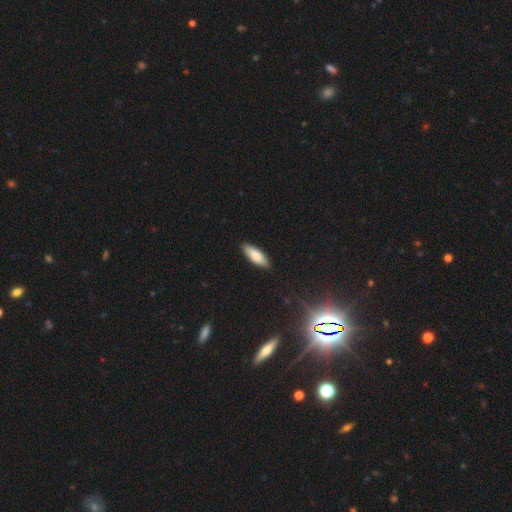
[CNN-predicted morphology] Overall: smooth (82%). How rounded: in between (63%; cigar-shaped 35%). Merging: none (89%).